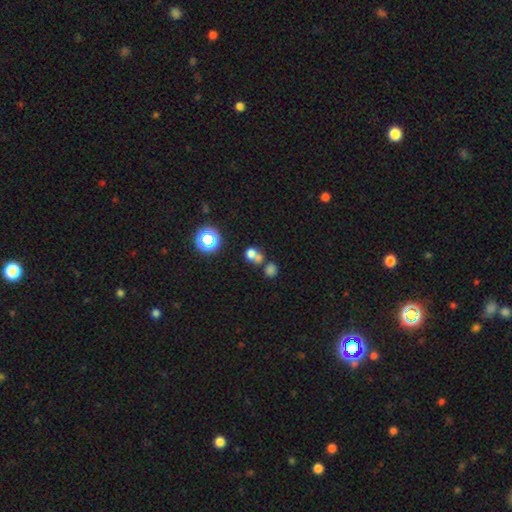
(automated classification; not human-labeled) Smooth or featured? star or artifact (46%)